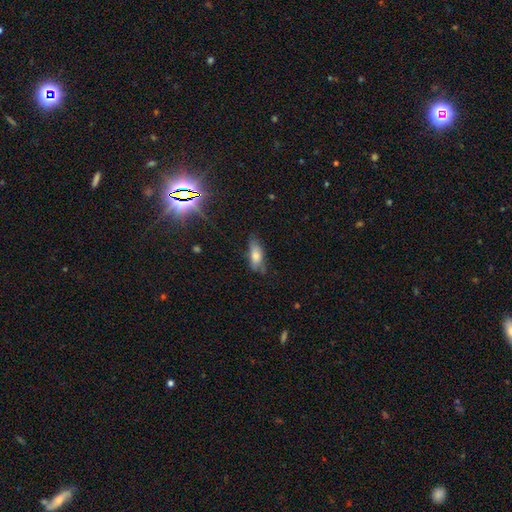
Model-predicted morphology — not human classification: Q: Smooth or featured?
A: smooth (73%); runner-up: featured or disk (18%)
Q: How rounded?
A: in between (70%); runner-up: cigar-shaped (27%)
Q: Merging?
A: none (61%); runner-up: minor disturbance (28%)